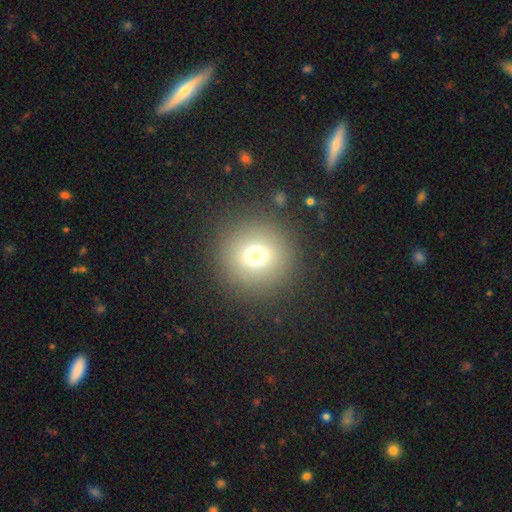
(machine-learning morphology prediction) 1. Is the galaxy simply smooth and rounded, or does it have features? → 73% smooth, 16% star or artifact, 10% featured or disk.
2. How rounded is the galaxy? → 95% round, 4% in between, 1% cigar-shaped.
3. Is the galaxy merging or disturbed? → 89% none, 6% minor disturbance, 4% major disturbance, 1% merger.